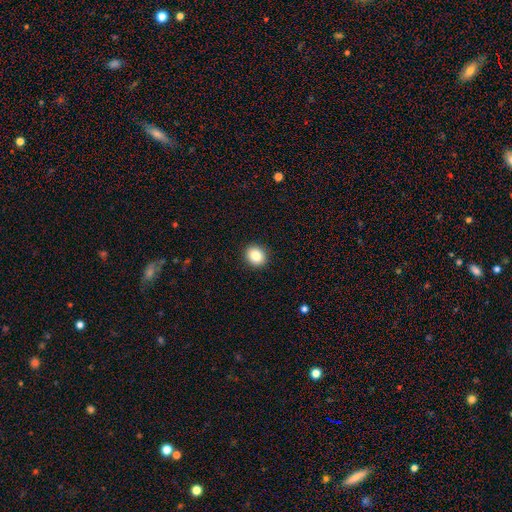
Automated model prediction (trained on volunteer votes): Smooth or featured? smooth (86%)
How rounded? round (75%)
Merging? none (92%)